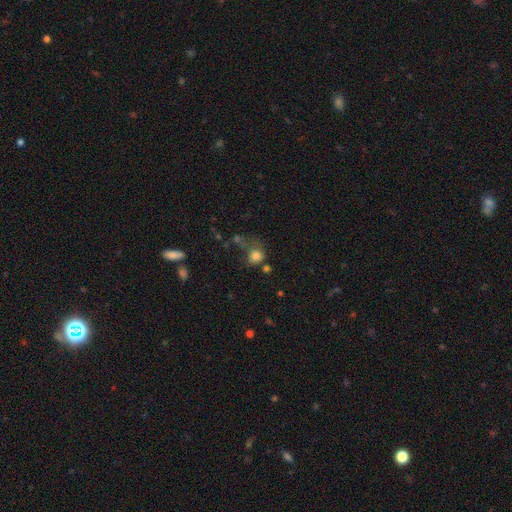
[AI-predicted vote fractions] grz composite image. It shows a smooth galaxy with no disk features (78%) that is round (72%). Merging: none (40%).